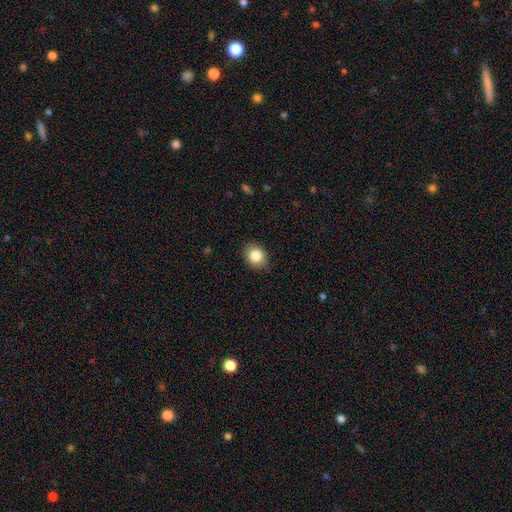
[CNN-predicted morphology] Smooth or featured? smooth (84%)
How rounded? round (53%)
Merging? none (87%)